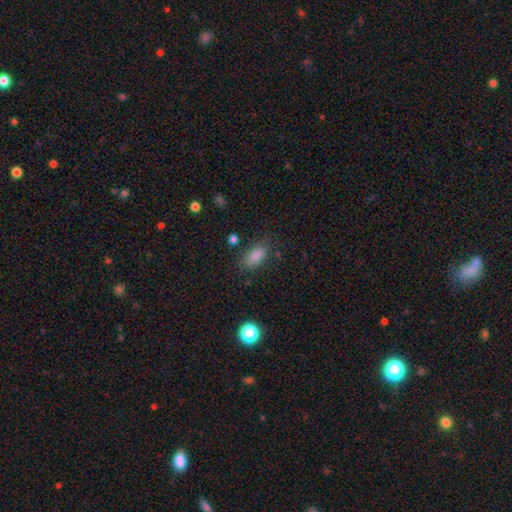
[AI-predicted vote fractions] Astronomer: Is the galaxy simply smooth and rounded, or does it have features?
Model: smooth — 82%.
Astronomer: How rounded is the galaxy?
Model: in between — 85%.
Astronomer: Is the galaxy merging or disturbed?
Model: none — 78%.